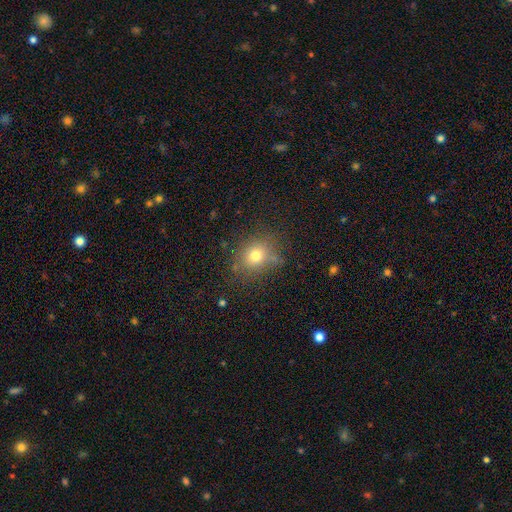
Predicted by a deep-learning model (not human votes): smooth-or-featured: smooth: 74% | star or artifact: 15% | featured or disk: 11%
  how-rounded: round: 65% | in between: 34% | cigar-shaped: 1%
  merging: none: 77% | minor disturbance: 14% | major disturbance: 5% | merger: 3%